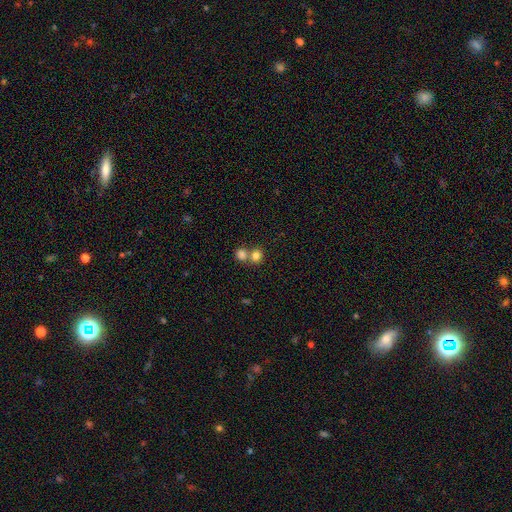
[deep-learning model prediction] A smooth galaxy with no disk features (81%) that is round (80%).

Vote fractions:
- Smooth or featured? smooth: 81% / star or artifact: 11% / featured or disk: 8%
- How rounded? round: 80% / in between: 19% / cigar-shaped: 1%
- Merging? merger: 47% / none: 45% / minor disturbance: 6% / major disturbance: 3%